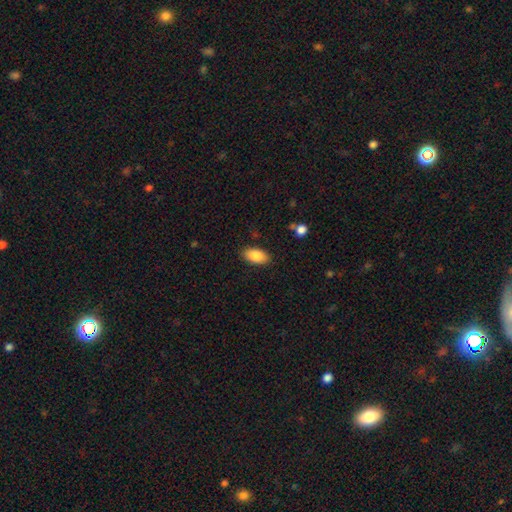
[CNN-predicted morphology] Smooth or featured?
  - smooth: 87% *
  - star or artifact: 7%
  - featured or disk: 6%
How rounded?
  - in between: 94% *
  - round: 3%
  - cigar-shaped: 3%
Merging?
  - none: 87% *
  - minor disturbance: 10%
  - major disturbance: 2%
  - merger: 1%